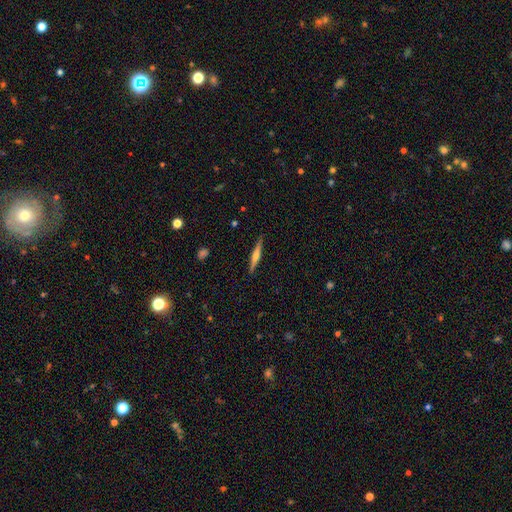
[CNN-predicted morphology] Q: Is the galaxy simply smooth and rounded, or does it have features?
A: featured or disk — 55%.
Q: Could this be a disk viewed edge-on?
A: yes — 97%.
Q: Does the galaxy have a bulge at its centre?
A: rounded — 75%.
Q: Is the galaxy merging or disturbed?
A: none — 89%.